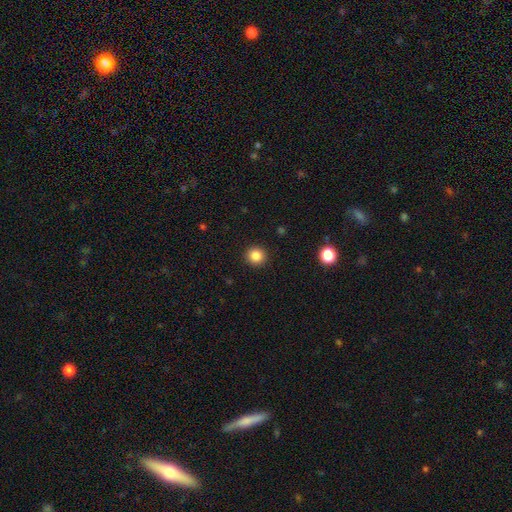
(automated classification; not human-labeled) Overall: smooth (85%). How rounded: round (94%). Merging: none (93%).